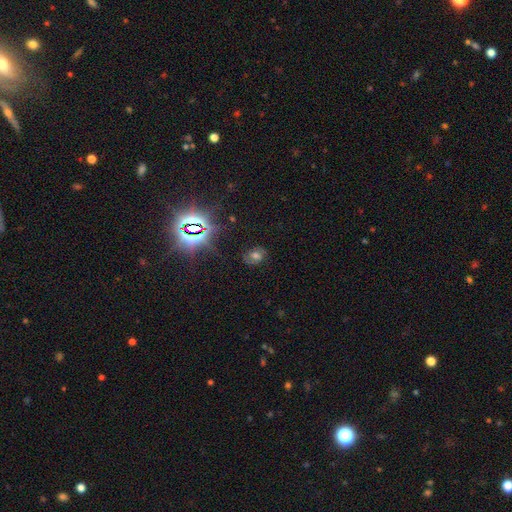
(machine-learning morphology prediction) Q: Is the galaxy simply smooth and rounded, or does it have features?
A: star or artifact — 34%, tied with smooth.